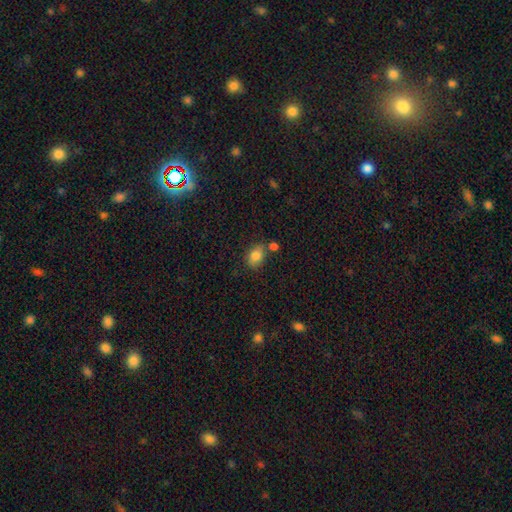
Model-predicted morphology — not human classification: smooth 83%, star or artifact 9%, featured or disk 8%. Down the decision tree: how rounded — in between (69%); merging — none (65%).